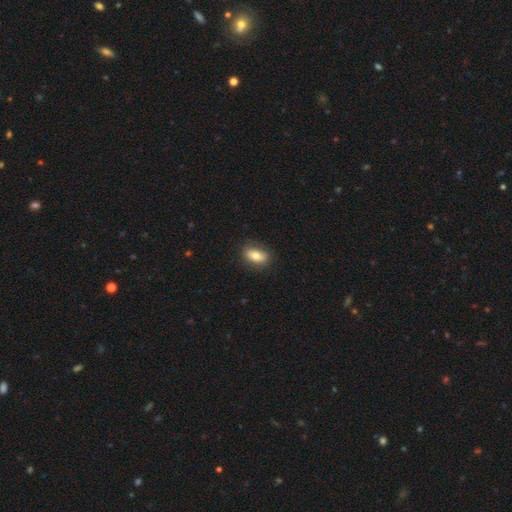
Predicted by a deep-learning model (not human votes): smooth-or-featured: smooth: 76% | featured or disk: 16% | star or artifact: 7%
  how-rounded: in between: 84% | round: 9% | cigar-shaped: 7%
  merging: none: 81% | minor disturbance: 14% | major disturbance: 3% | merger: 1%